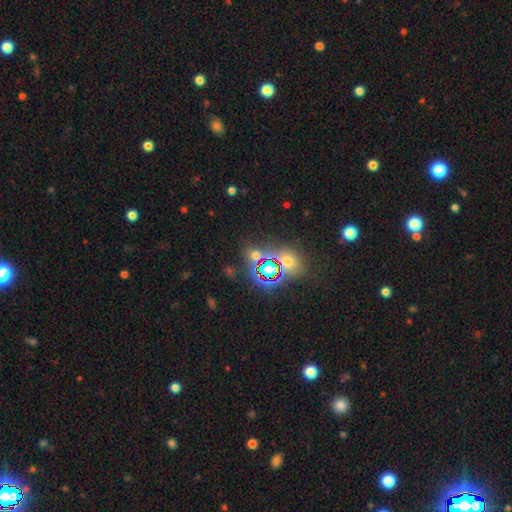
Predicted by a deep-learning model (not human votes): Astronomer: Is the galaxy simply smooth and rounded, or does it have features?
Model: star or artifact — 52% (runner-up: smooth, 39%).